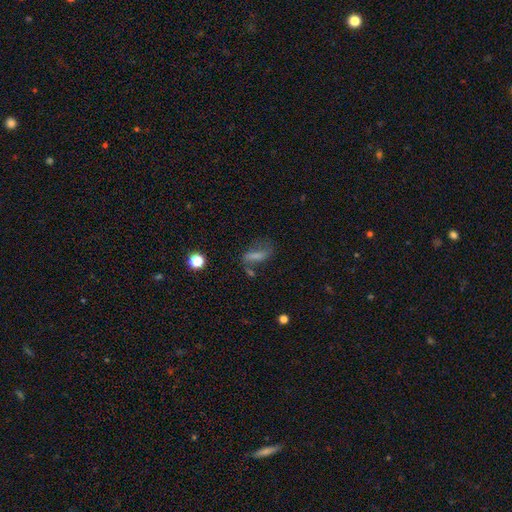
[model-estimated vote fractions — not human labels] Q: Smooth or featured?
A: smooth (58%); runner-up: featured or disk (27%)
Q: How rounded?
A: in between (60%); runner-up: cigar-shaped (32%)
Q: Merging?
A: none (44%); runner-up: minor disturbance (24%)